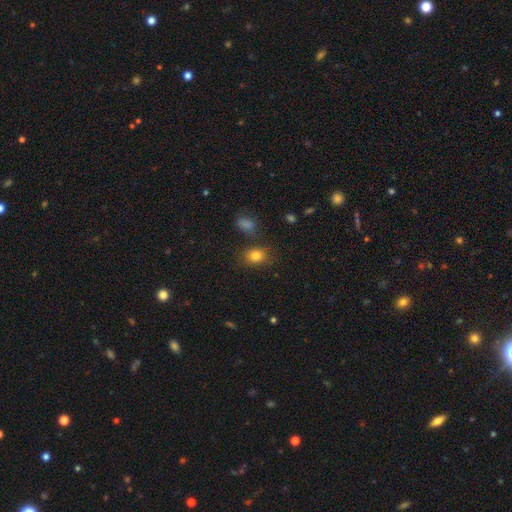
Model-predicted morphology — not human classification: smooth-or-featured: smooth: 81% | star or artifact: 12% | featured or disk: 7%
  how-rounded: in between: 51% | round: 47% | cigar-shaped: 1%
  merging: none: 77% | minor disturbance: 13% | merger: 6% | major disturbance: 4%